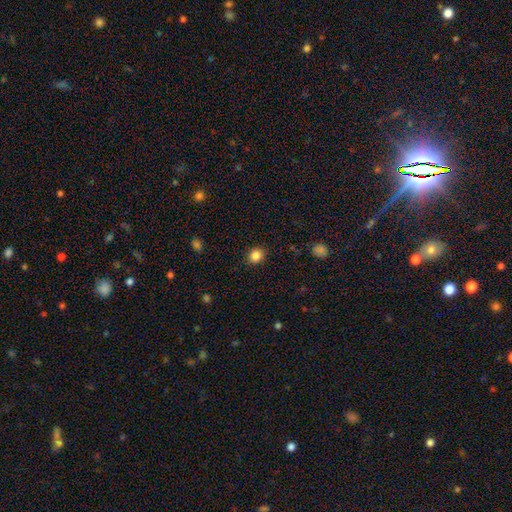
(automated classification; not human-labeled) Smooth or featured? smooth (85%)
How rounded? round (75%)
Merging? none (90%)